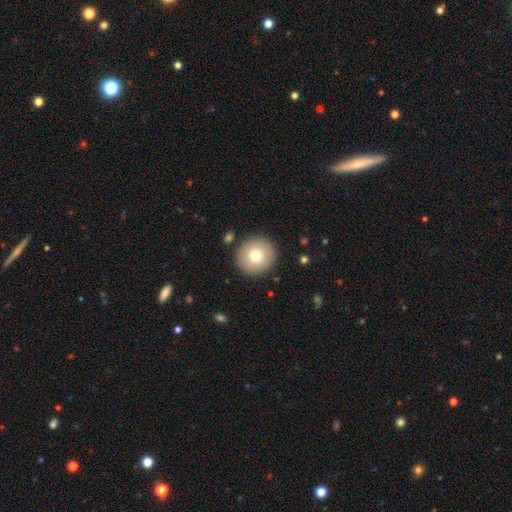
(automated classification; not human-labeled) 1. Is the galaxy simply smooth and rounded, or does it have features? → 74% smooth, 17% featured or disk, 9% star or artifact.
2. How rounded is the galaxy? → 93% round, 6% in between, 1% cigar-shaped.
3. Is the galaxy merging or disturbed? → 89% none, 6% minor disturbance, 2% major disturbance, 2% merger.